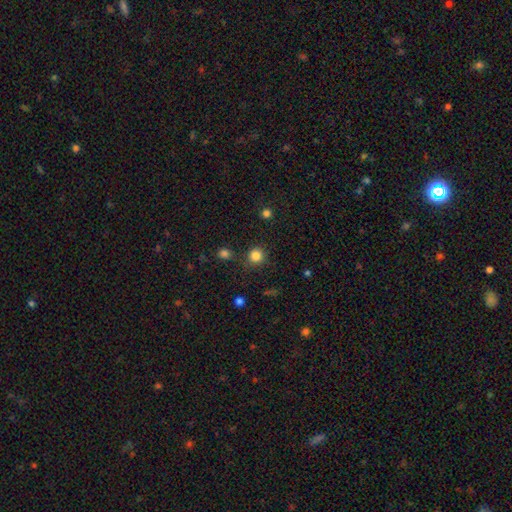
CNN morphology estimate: smooth 83%, star or artifact 13%, featured or disk 4%. Down the decision tree: how rounded — round (93%); merging — none (83%).